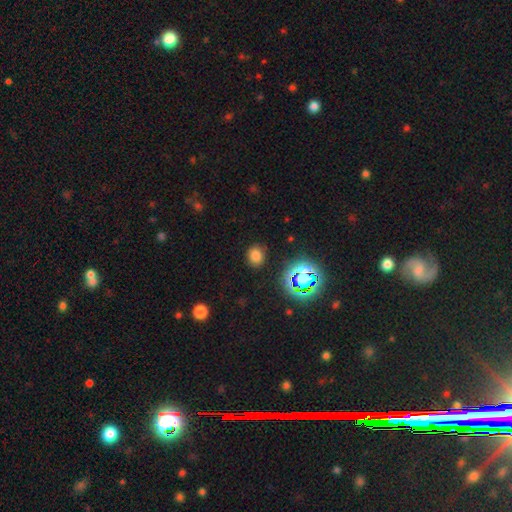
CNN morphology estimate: A smooth galaxy with no disk features (73%) that is round (65%).

Vote fractions:
- Smooth or featured? smooth: 73% / star or artifact: 21% / featured or disk: 6%
- How rounded? round: 65% / in between: 34% / cigar-shaped: 1%
- Merging? none: 87% / minor disturbance: 9% / major disturbance: 3% / merger: 2%